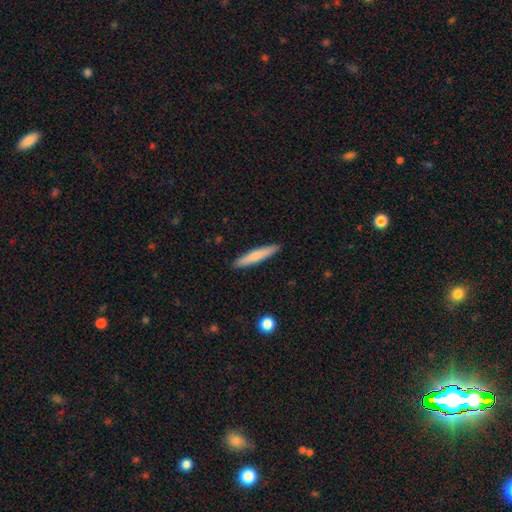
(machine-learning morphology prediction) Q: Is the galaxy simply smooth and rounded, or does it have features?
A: smooth — 72%.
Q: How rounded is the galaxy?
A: cigar-shaped — 93%.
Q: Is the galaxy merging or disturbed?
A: none — 91%.